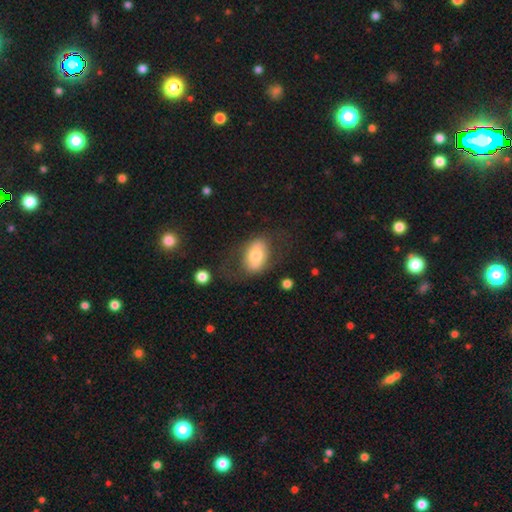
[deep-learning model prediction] The model was most divided on "smooth or featured": smooth: 65%, featured or disk: 28%, star or artifact: 7%. More confident: how rounded — in between (86%); merging — none (63%).